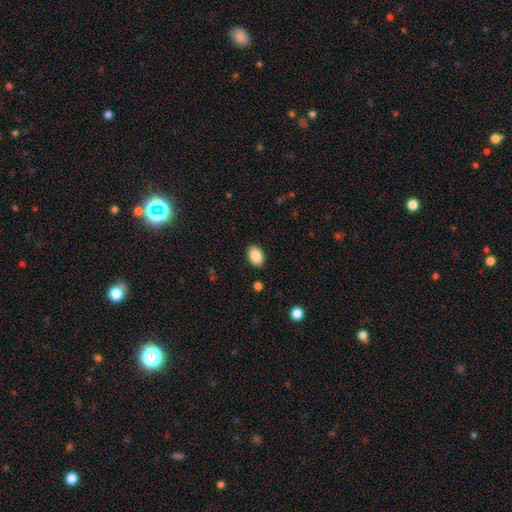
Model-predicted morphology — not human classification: Q: Smooth or featured?
A: smooth (86%); runner-up: star or artifact (7%)
Q: How rounded?
A: in between (88%); runner-up: round (11%)
Q: Merging?
A: none (88%); runner-up: minor disturbance (9%)